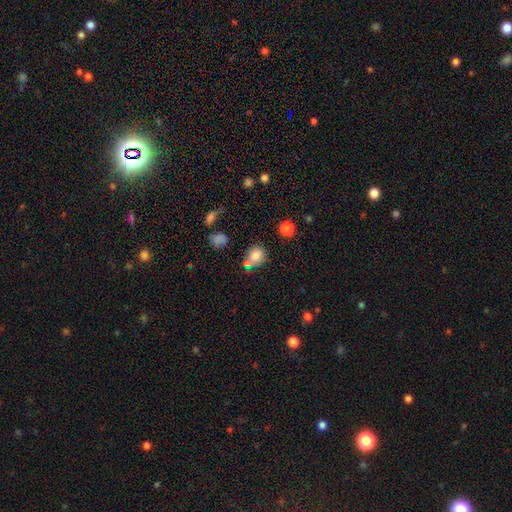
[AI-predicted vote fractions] Smooth or featured? Predicted: smooth (p=0.79). How rounded? Predicted: round (p=0.74). Merging? Predicted: none (p=0.55).